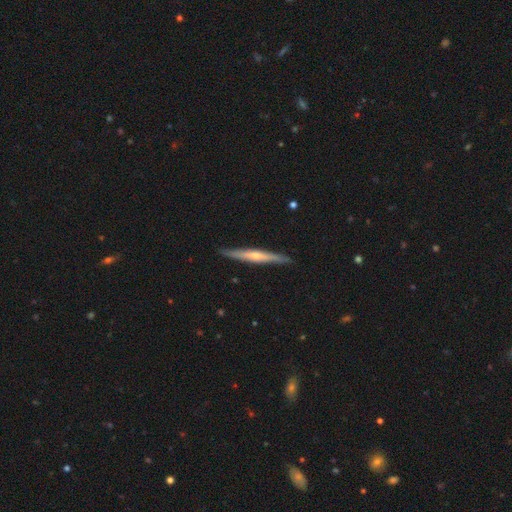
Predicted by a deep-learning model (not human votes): smooth_or_featured: featured or disk (p=0.65) [alt: smooth p=0.30]
disk_edge_on: yes (p=0.96) [alt: no p=0.04]
edge_on_bulge: rounded (p=0.71) [alt: none p=0.24]
merging: none (p=0.90) [alt: minor disturbance p=0.08]